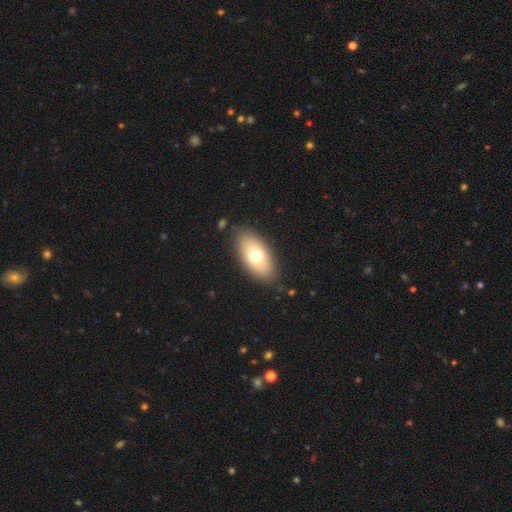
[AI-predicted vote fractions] This is likely a smooth galaxy (68%). How rounded: clearly in between (91%). Merging: clearly none (85%).